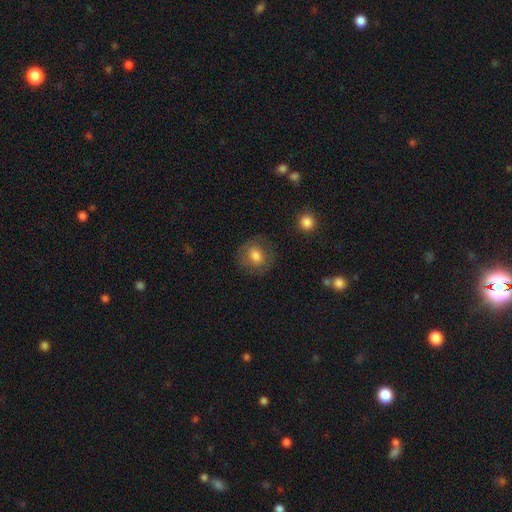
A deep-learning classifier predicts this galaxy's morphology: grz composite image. It shows a smooth galaxy with no disk features (72%) that is round (78%). Merging: none (80%).